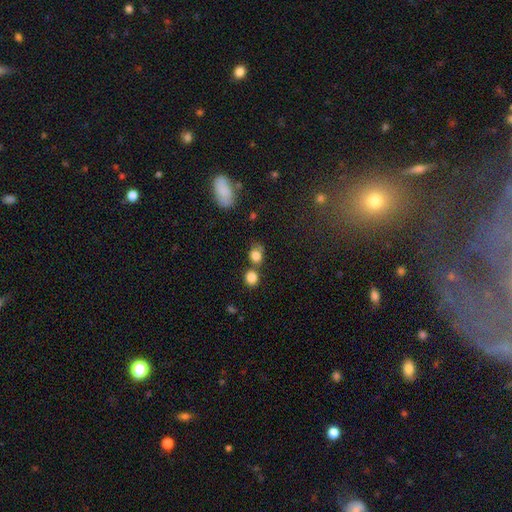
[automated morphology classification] Smooth or featured? smooth (80%)
How rounded? round (61%)
Merging? none (49%)